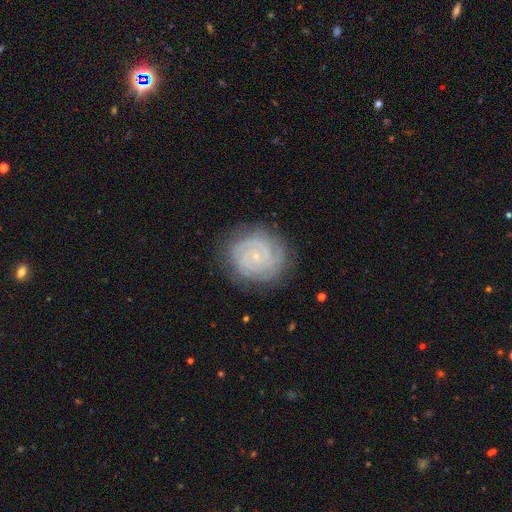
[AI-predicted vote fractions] A featured or disk galaxy (78%) with no bar (74%), 2 (28%) tight (80%) spiral arms (96%) and a small central bulge (85%). Merging: none (83%).